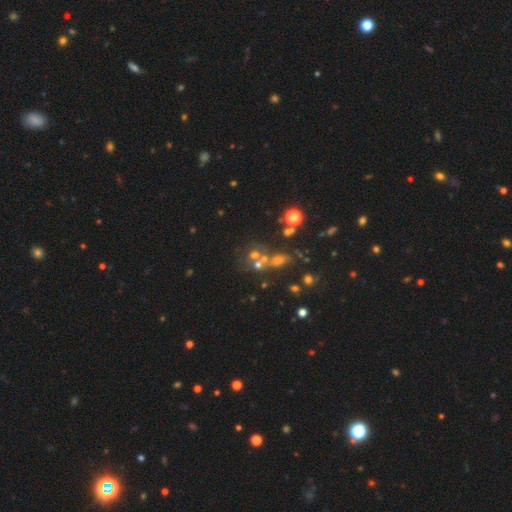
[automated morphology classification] Smooth or featured?
  - star or artifact: 42% *
  - smooth: 38%
  - featured or disk: 20%